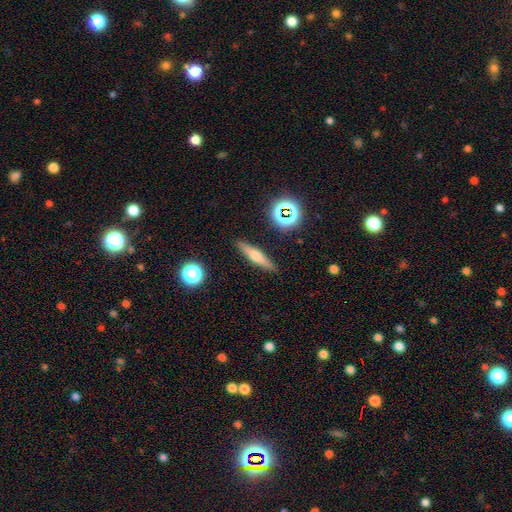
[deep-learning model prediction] Smooth or featured: featured or disk — 45% (tied with smooth — 45%)
Merging: none — 89% (minor disturbance — 7%)